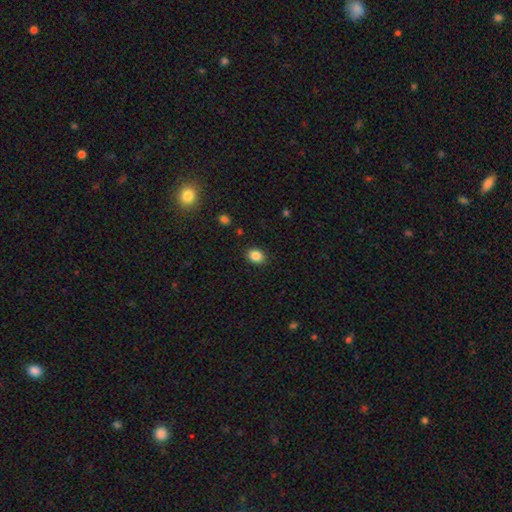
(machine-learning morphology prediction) A smooth galaxy with no disk features (86%) that is in between round and cigar-shaped (58%). Merging: none (89%).